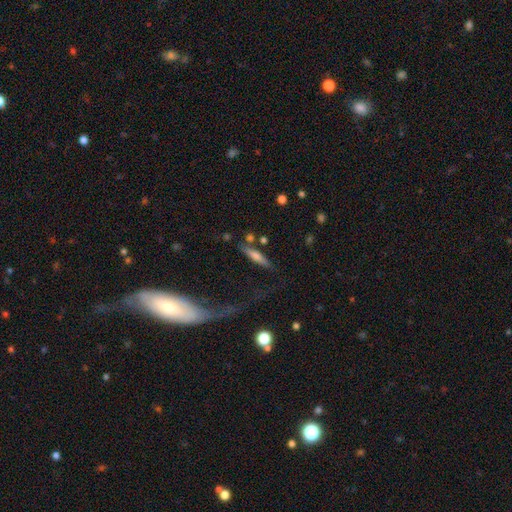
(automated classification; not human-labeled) Smooth or featured?
  - smooth: 46% *
  - featured or disk: 45%
  - star or artifact: 9%
Merging?
  - none: 66% *
  - minor disturbance: 14%
  - merger: 12%
  - major disturbance: 7%